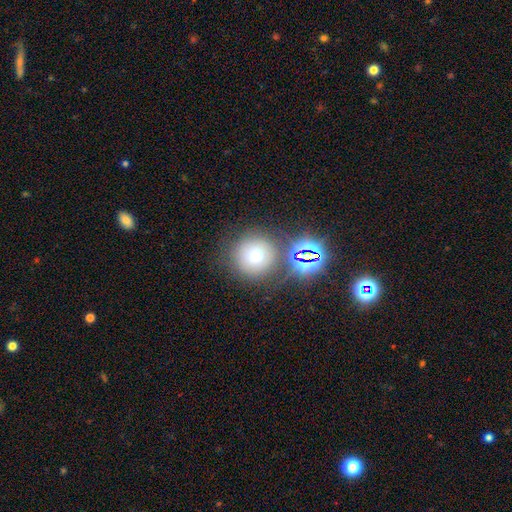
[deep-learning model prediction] Overall: smooth (62%; star or artifact 23%). How rounded: round (94%). Merging: none (75%).